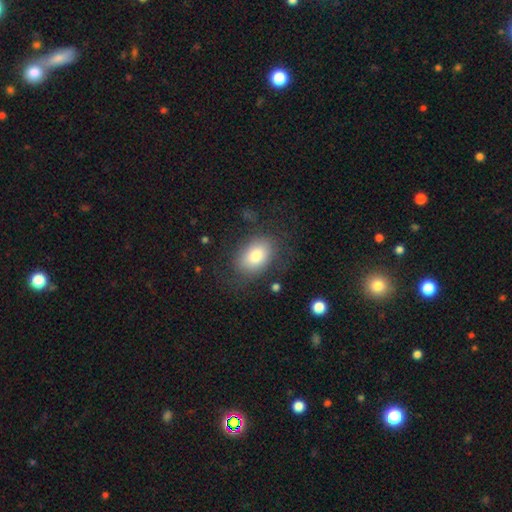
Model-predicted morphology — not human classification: Smooth or featured? smooth (77%)
How rounded? in between (81%)
Merging? none (71%)